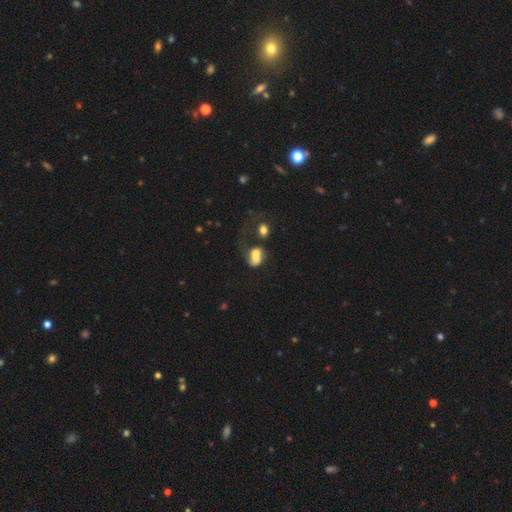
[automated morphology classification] A smooth galaxy with no disk features (60%) that is in between round and cigar-shaped (69%). Merging: merger (57%).